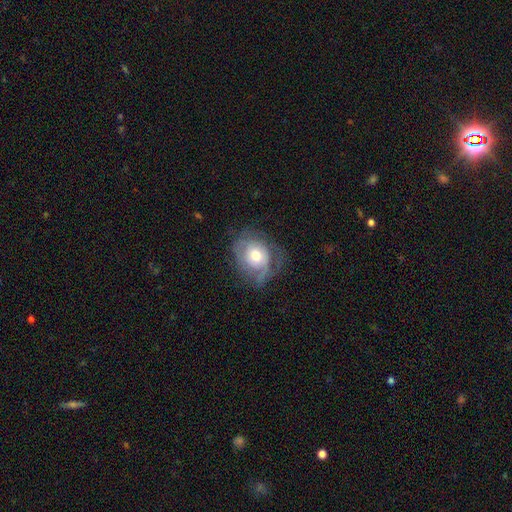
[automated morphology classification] A featured or disk galaxy (53%) with no bar (82%), spiral arms (65%) and a moderate central bulge (65%).

Vote fractions:
- Smooth or featured? featured or disk: 53% / smooth: 39% / star or artifact: 8%
- Edge-on disk? no: 96% / yes: 4%
- Bar? no: 82% / weak: 15% / strong: 3%
- Spiral arms? yes: 65% / no: 35%
- Bulge size? moderate: 65% / large: 20% / small: 12% / dominant: 2% / none: 1%
- Merging? none: 52% / minor disturbance: 27% / major disturbance: 20% / merger: 1%